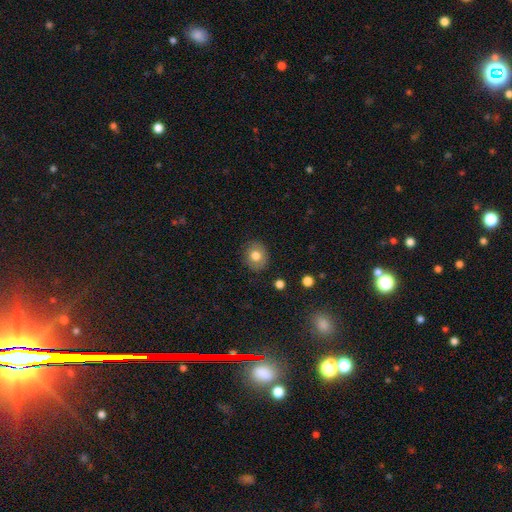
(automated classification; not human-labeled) This appears to be a smooth galaxy with no disk features (78%) that is round (70%). Merging: none (86%).